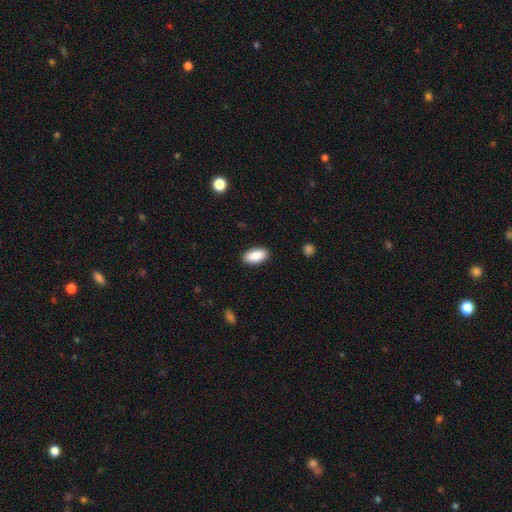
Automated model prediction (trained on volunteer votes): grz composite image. It shows a smooth galaxy with no disk features (89%) that is in between round and cigar-shaped (93%). Merging: none (89%).